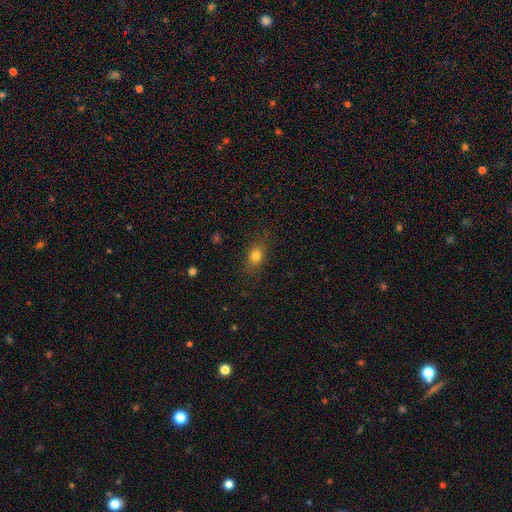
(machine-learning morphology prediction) type=smooth (79%); roundness=in between (60%); merging=none (82%).